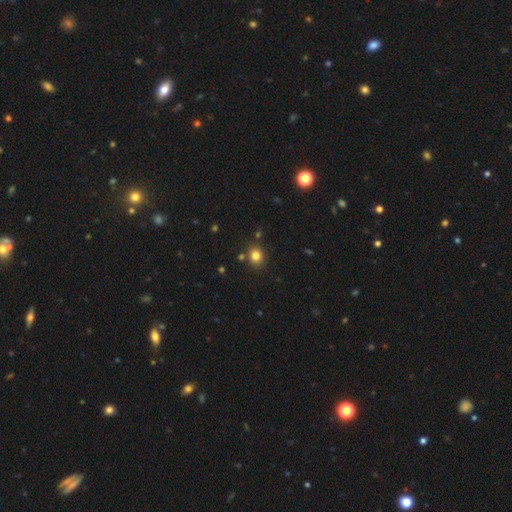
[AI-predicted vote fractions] Overall: smooth (81%). How rounded: round (66%; in between 33%). Merging: none (82%).